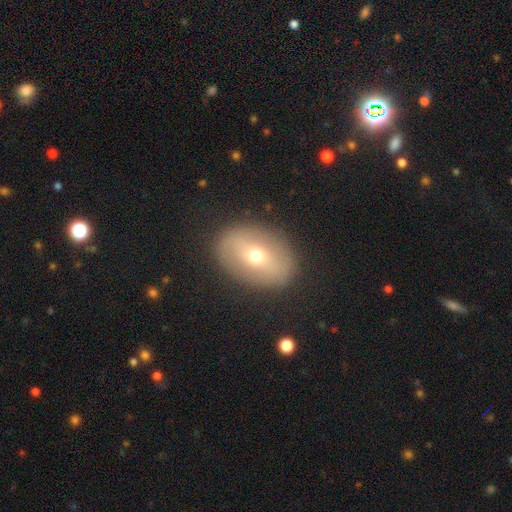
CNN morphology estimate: Smooth or featured? Predicted: smooth (p=0.53). How rounded? Predicted: in between (p=0.69). Merging? Predicted: none (p=0.86).